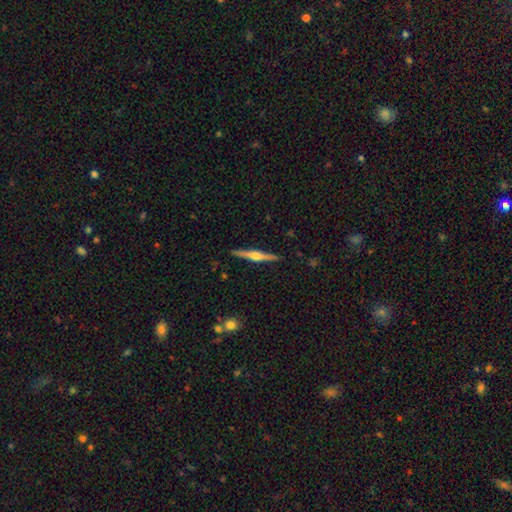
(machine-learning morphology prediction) Smooth or featured: featured or disk — 75% (smooth — 19%)
Edge-on disk: yes — 98% (no — 2%)
Edge-on bulge: rounded — 89% (boxy — 8%)
Merging: none — 91% (minor disturbance — 7%)